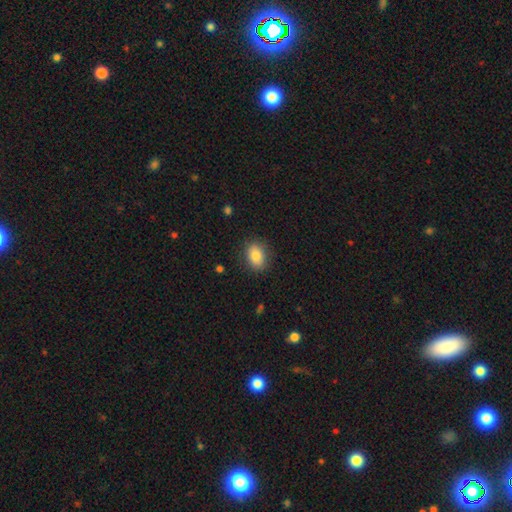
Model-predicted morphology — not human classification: Smooth or featured: smooth — 84% (star or artifact — 8%)
How rounded: in between — 71% (round — 28%)
Merging: none — 85% (minor disturbance — 11%)